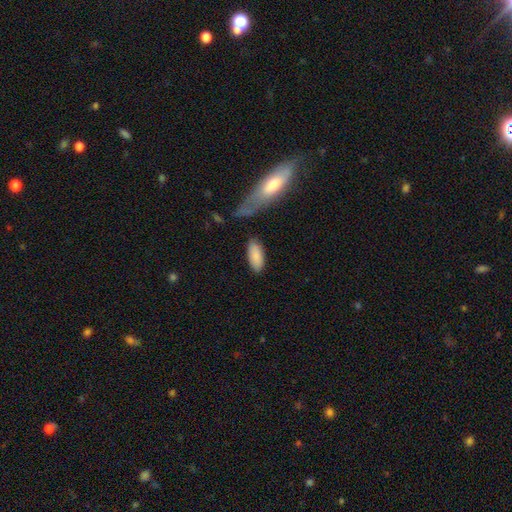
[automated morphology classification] Smooth or featured: smooth — 87% (featured or disk — 7%)
How rounded: in between — 81% (cigar-shaped — 17%)
Merging: none — 80% (minor disturbance — 13%)